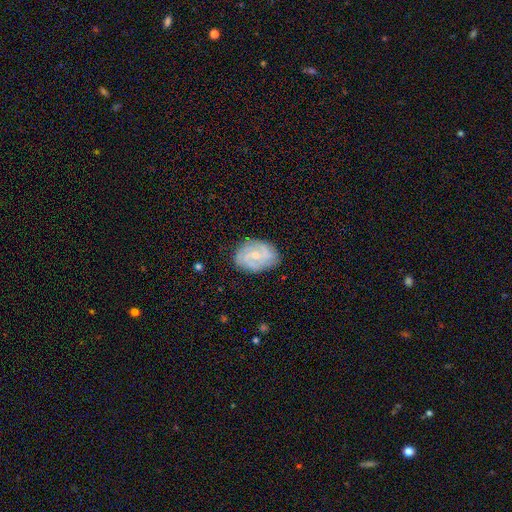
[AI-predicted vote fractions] featured or disk 71%, smooth 23%, star or artifact 7%. Down the decision tree: edge-on disk — no (97%); bar — no (51%); spiral arms — yes (90%); spiral arm count — 2 (45%); spiral winding — tight (45%); bulge size — small (59%); merging — none (77%).